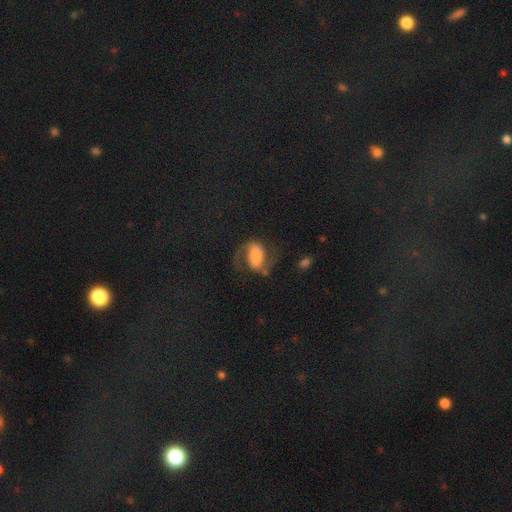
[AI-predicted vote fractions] smooth_or_featured: featured or disk (p=0.69) [alt: smooth p=0.22]
disk_edge_on: no (p=0.97) [alt: yes p=0.03]
bar: weak (p=0.38) [alt: no p=0.33]
has_spiral_arms: yes (p=0.91) [alt: no p=0.09]
spiral_winding: medium (p=0.48) [alt: loose p=0.39]
spiral_arm_count: 2 (p=0.90) [alt: 1 p=0.03]
bulge_size: moderate (p=0.37) [alt: large p=0.30]
merging: none (p=0.60) [alt: major disturbance p=0.19]